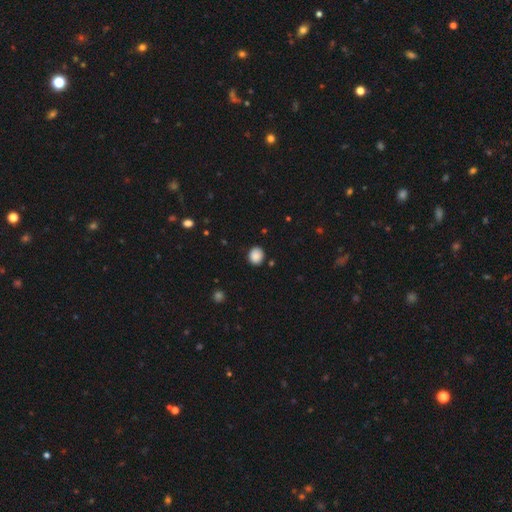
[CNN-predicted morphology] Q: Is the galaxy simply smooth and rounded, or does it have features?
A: smooth — 88%.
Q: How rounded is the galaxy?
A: round — 63%.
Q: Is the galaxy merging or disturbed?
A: none — 87%.